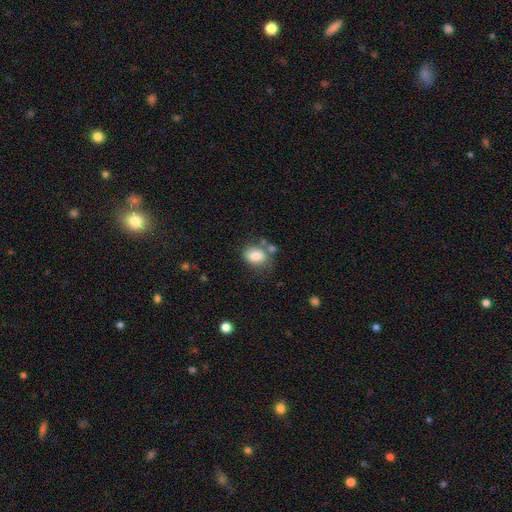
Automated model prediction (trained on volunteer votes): Q: Smooth or featured?
A: smooth (83%); runner-up: featured or disk (9%)
Q: How rounded?
A: in between (72%); runner-up: round (27%)
Q: Merging?
A: none (55%); runner-up: minor disturbance (22%)